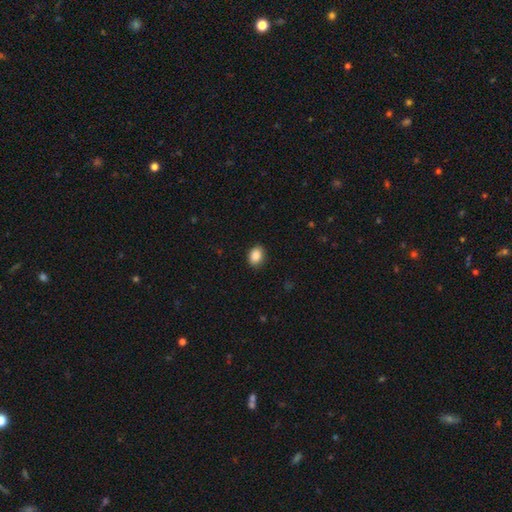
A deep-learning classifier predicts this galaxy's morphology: Smooth or featured?
  - smooth: 88% *
  - star or artifact: 8%
  - featured or disk: 3%
How rounded?
  - in between: 65% *
  - round: 34%
  - cigar-shaped: 1%
Merging?
  - none: 87% *
  - minor disturbance: 10%
  - major disturbance: 2%
  - merger: 1%